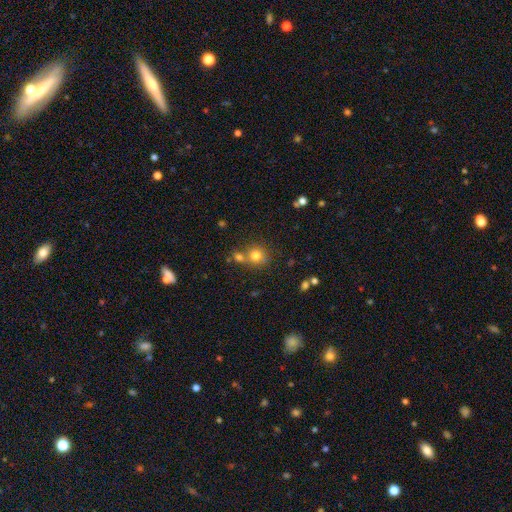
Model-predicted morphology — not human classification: smooth-or-featured: smooth: 78% | star or artifact: 12% | featured or disk: 9%
  how-rounded: round: 83% | in between: 16% | cigar-shaped: 1%
  merging: none: 56% | merger: 30% | minor disturbance: 10% | major disturbance: 4%